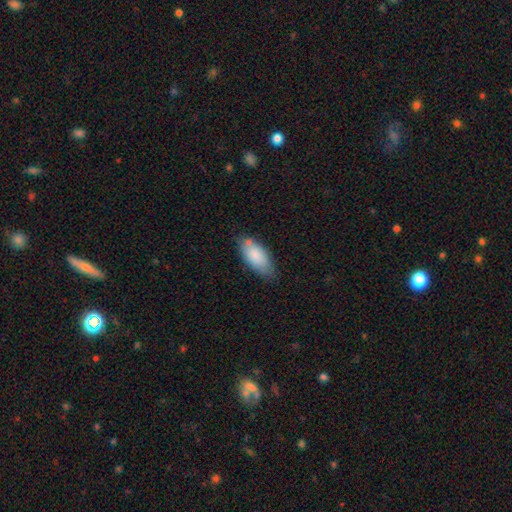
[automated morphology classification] Smooth or featured? Predicted: smooth (p=0.84). How rounded? Predicted: in between (p=0.89). Merging? Predicted: none (p=0.69).